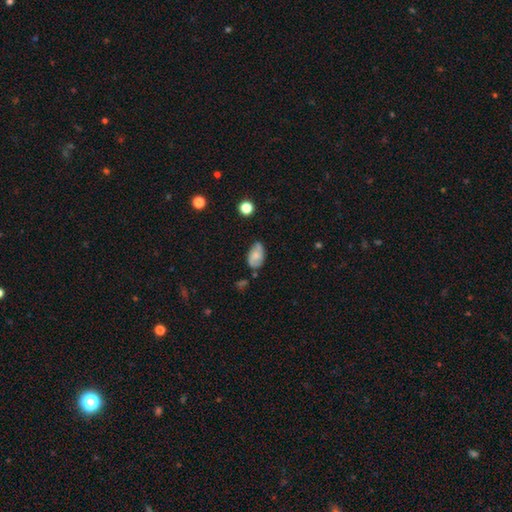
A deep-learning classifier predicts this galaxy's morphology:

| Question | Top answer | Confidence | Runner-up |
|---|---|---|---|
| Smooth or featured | smooth | 56% | featured or disk (36%) |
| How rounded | in between | 91% | round (7%) |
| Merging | none | 66% | minor disturbance (25%) |